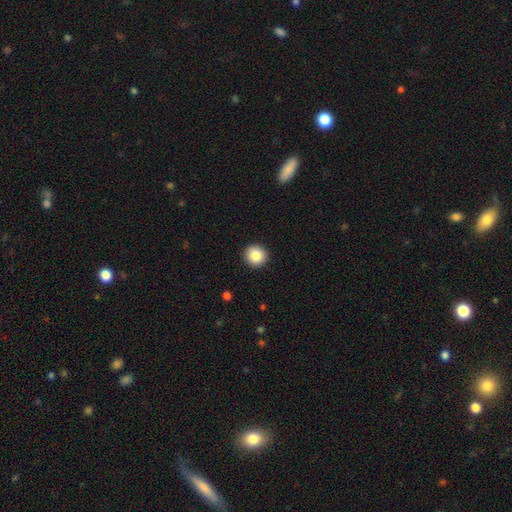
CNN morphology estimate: Q: Smooth or featured?
A: smooth (85%); runner-up: star or artifact (9%)
Q: How rounded?
A: round (94%); runner-up: in between (5%)
Q: Merging?
A: none (93%); runner-up: minor disturbance (5%)